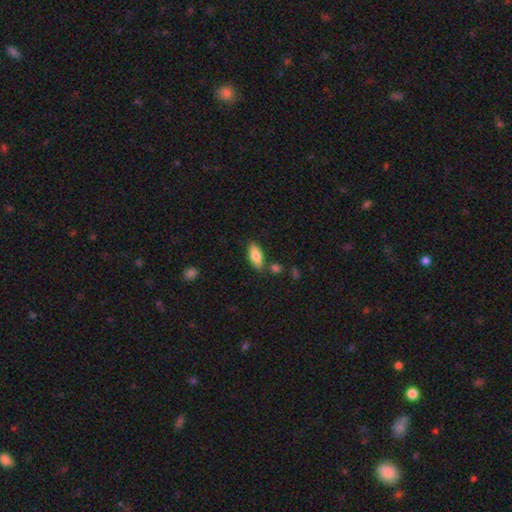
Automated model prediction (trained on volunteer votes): Morphology: type=smooth (79%); roundness=in between (79%); merging=none (79%).